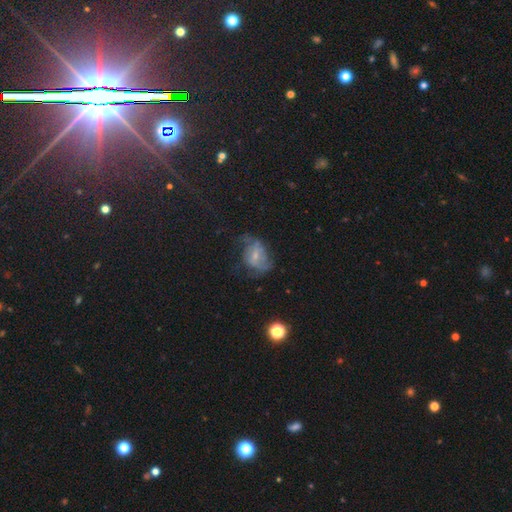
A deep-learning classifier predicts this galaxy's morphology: Smooth or featured?
  - featured or disk: 47% *
  - smooth: 39%
  - star or artifact: 14%
Merging?
  - none: 35% *
  - major disturbance: 34%
  - minor disturbance: 27%
  - merger: 3%